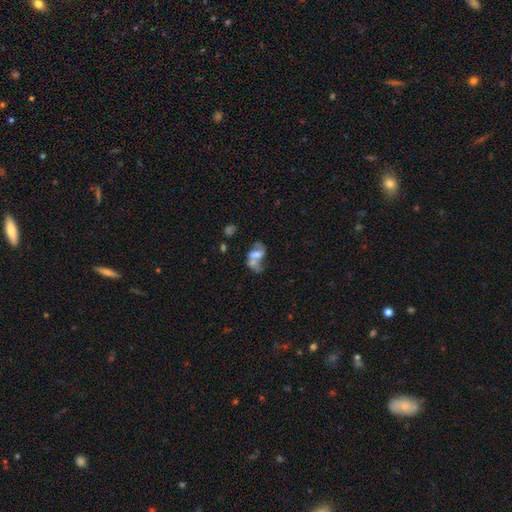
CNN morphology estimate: smooth-or-featured: featured or disk: 52% | smooth: 36% | star or artifact: 12%
  disk-edge-on: no: 96% | yes: 4%
  merging: merger: 46% | none: 23% | major disturbance: 18% | minor disturbance: 13%